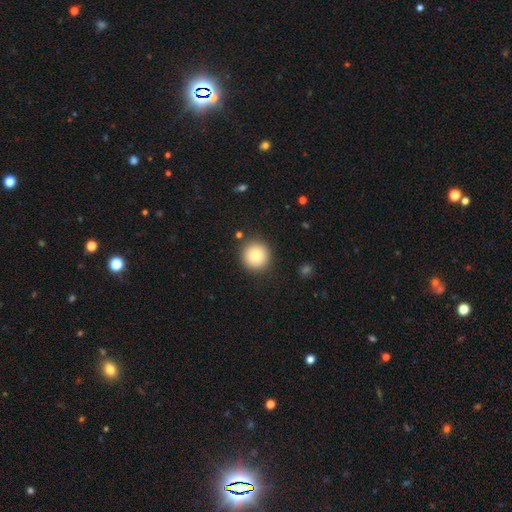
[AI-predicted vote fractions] Smooth or featured?
  - smooth: 83% *
  - star or artifact: 9%
  - featured or disk: 7%
How rounded?
  - round: 96% *
  - in between: 3%
  - cigar-shaped: 1%
Merging?
  - none: 90% *
  - minor disturbance: 6%
  - major disturbance: 2%
  - merger: 2%